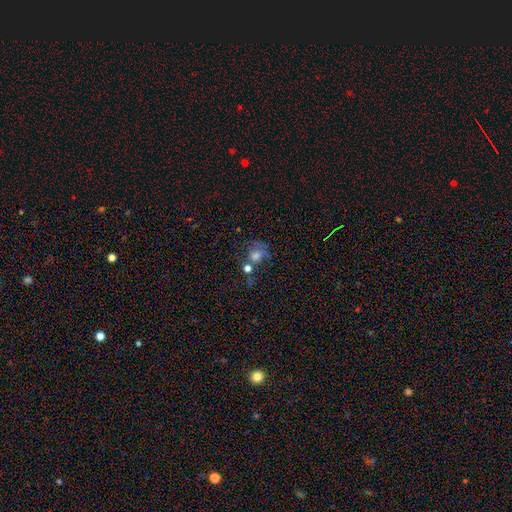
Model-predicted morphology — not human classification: Smooth or featured? Predicted: smooth (p=0.52). How rounded? Predicted: round (p=0.71). Merging? Predicted: none (p=0.39).